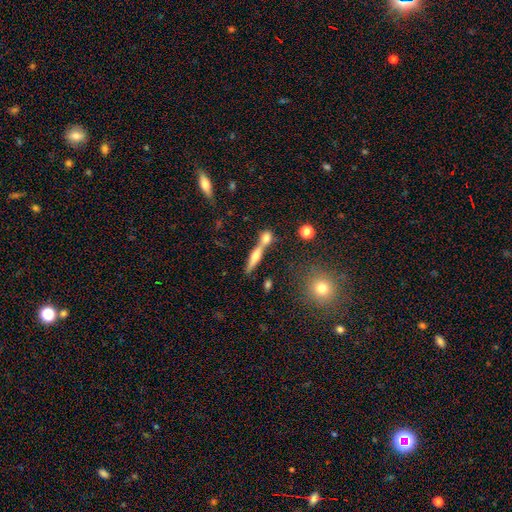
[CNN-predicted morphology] smooth-or-featured: featured or disk: 50% | smooth: 40% | star or artifact: 10%
  disk-edge-on: yes: 91% | no: 9%
  merging: none: 56% | merger: 32% | minor disturbance: 9% | major disturbance: 4%